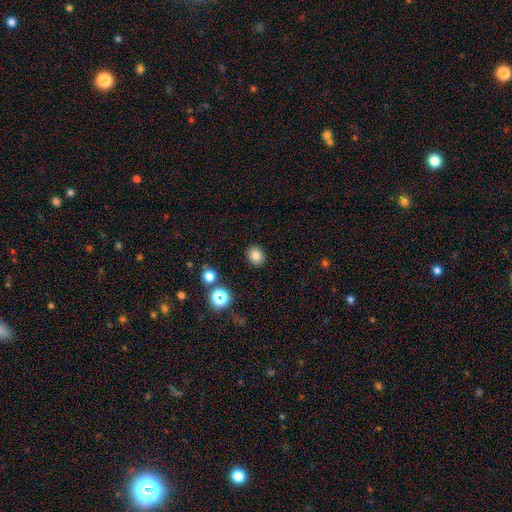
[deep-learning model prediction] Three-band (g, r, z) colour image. It shows a smooth galaxy with no disk features (81%) that is round (61%). Merging: none (89%).